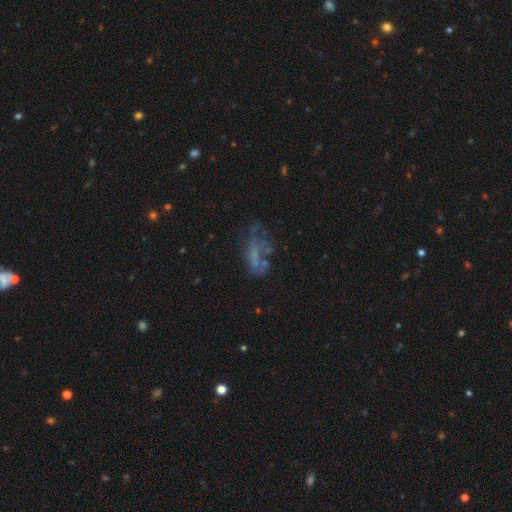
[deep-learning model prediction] Smooth or featured? featured or disk (49%)
Merging? none (37%)